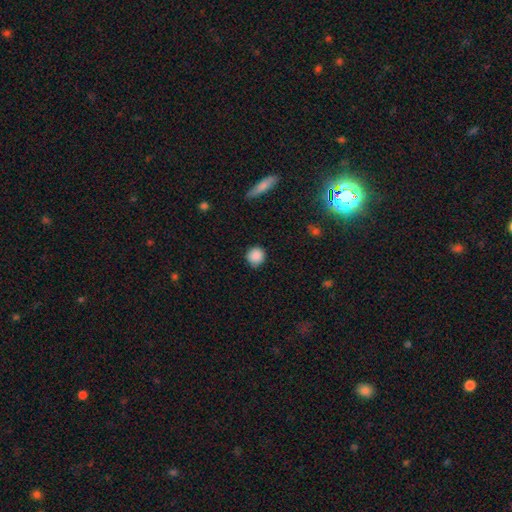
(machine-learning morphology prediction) type=smooth (88%); roundness=round (92%); merging=none (88%).